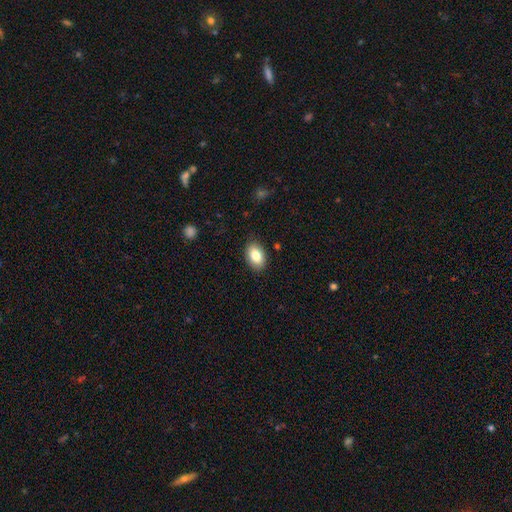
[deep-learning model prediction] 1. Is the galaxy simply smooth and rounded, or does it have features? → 83% smooth, 10% featured or disk, 7% star or artifact.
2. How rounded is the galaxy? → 90% in between, 9% round, 1% cigar-shaped.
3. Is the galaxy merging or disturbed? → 86% none, 10% minor disturbance, 2% major disturbance, 1% merger.